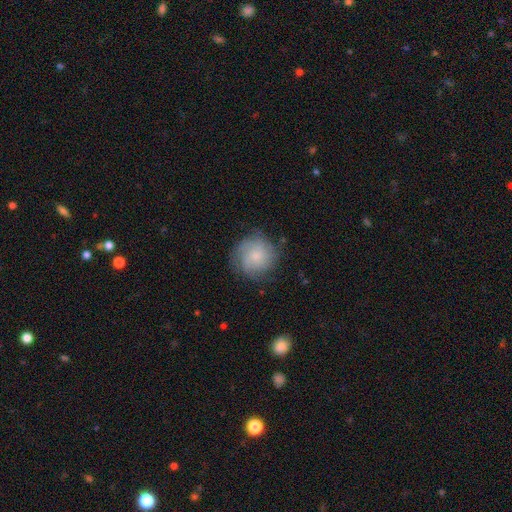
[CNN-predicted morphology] A smooth galaxy with no disk features (49%).

Vote fractions:
- Smooth or featured? smooth: 49% / featured or disk: 42% / star or artifact: 9%
- Merging? none: 74% / minor disturbance: 18% / major disturbance: 7% / merger: 1%